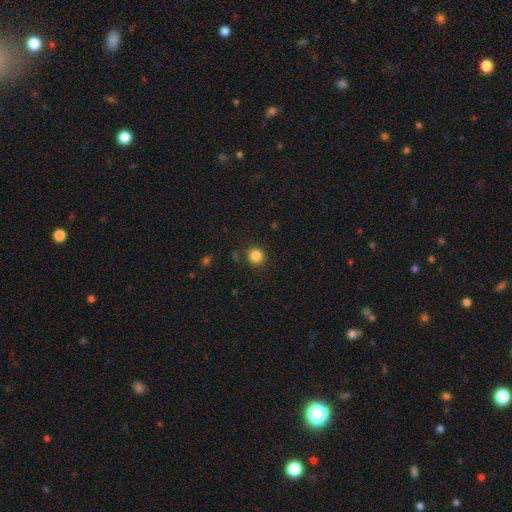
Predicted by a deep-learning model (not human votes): A smooth galaxy with no disk features (85%) that is round (90%).

Vote fractions:
- Smooth or featured? smooth: 85% / star or artifact: 11% / featured or disk: 4%
- How rounded? round: 90% / in between: 9% / cigar-shaped: 1%
- Merging? none: 86% / minor disturbance: 8% / major disturbance: 3% / merger: 2%